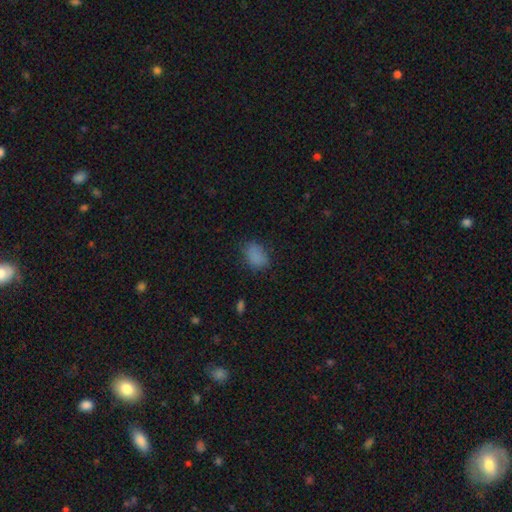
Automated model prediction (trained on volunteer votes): This appears to be a smooth galaxy with no disk features (82%) that is in between round and cigar-shaped (81%). Merging: none (73%).